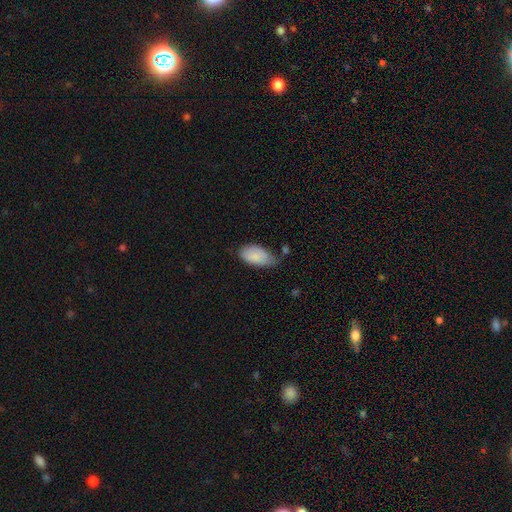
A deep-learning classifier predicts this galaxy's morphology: Overall: smooth (85%). How rounded: in between (95%). Merging: none (45%; minor disturbance 42%).